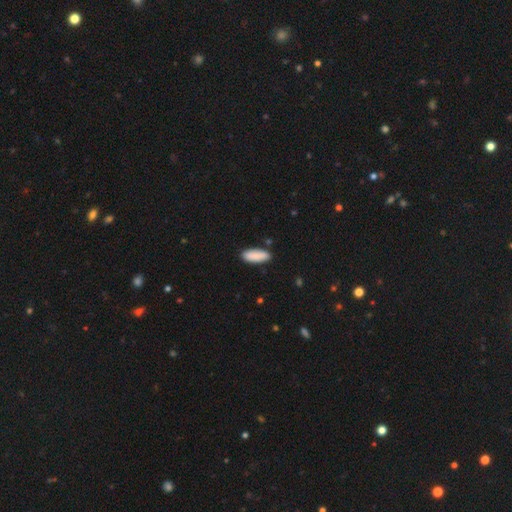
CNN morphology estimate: A smooth galaxy with no disk features (90%) that is in between round and cigar-shaped (68%). Merging: none (86%).